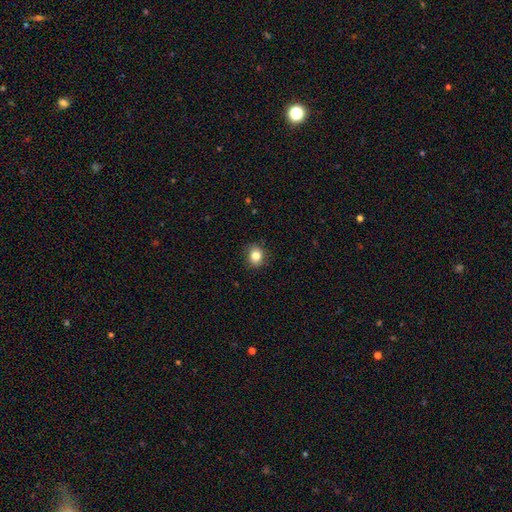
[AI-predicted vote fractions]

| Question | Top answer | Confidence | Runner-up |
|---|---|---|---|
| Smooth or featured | smooth | 83% | star or artifact (10%) |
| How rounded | round | 69% | in between (30%) |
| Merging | none | 87% | minor disturbance (10%) |